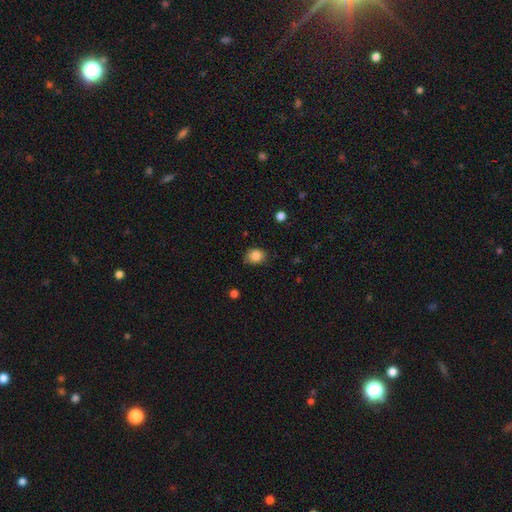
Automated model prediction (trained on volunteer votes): Smooth or featured? Predicted: smooth (p=0.85). How rounded? Predicted: round (p=0.58). Merging? Predicted: none (p=0.74).